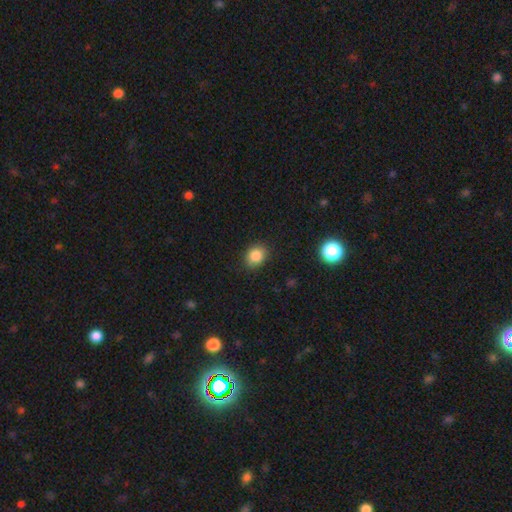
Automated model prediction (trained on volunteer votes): Q: Smooth or featured?
A: smooth (84%); runner-up: star or artifact (11%)
Q: How rounded?
A: round (54%); runner-up: in between (45%)
Q: Merging?
A: none (86%); runner-up: minor disturbance (10%)